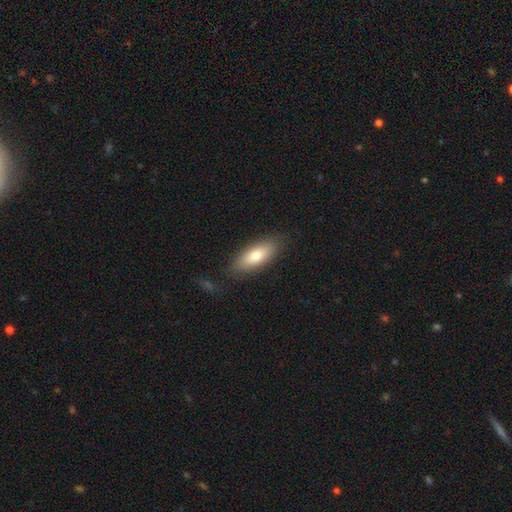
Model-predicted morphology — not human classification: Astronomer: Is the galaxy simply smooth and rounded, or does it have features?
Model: smooth — 76%.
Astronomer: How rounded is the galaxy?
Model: in between — 75%.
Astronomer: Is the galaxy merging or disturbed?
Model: none — 82%.